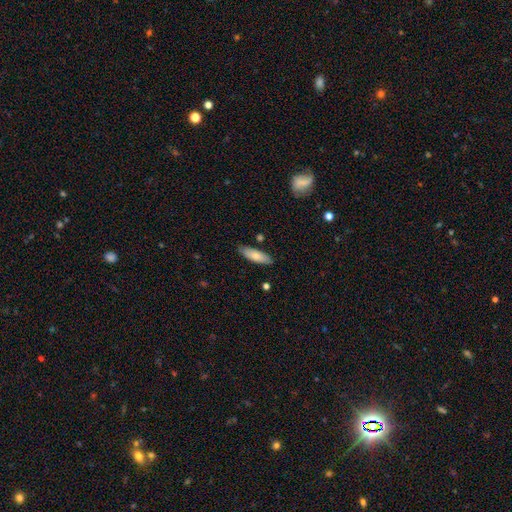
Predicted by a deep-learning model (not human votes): Smooth or featured? Predicted: smooth (p=0.76). How rounded? Predicted: in between (p=0.55). Merging? Predicted: none (p=0.84).